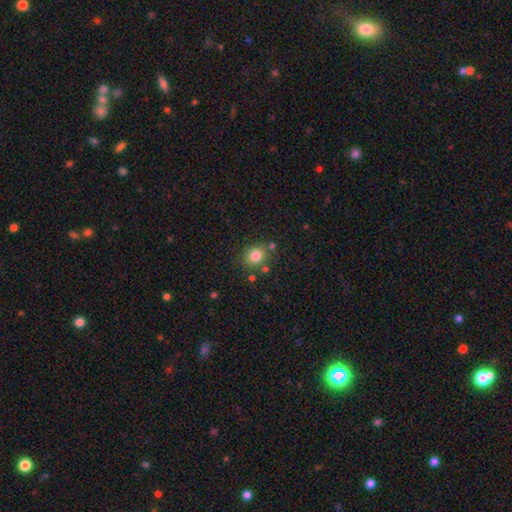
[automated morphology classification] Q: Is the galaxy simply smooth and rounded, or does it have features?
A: smooth — 82%.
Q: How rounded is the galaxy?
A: round — 63%.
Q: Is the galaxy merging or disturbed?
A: none — 77%.